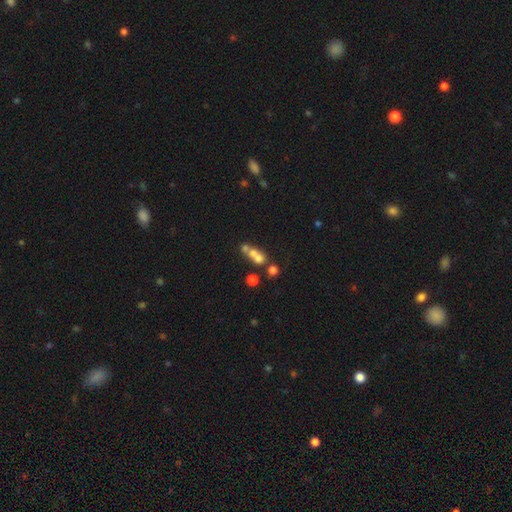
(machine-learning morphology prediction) Q: Smooth or featured?
A: smooth (57%); runner-up: featured or disk (26%)
Q: How rounded?
A: round (65%); runner-up: in between (30%)
Q: Merging?
A: merger (56%); runner-up: none (30%)